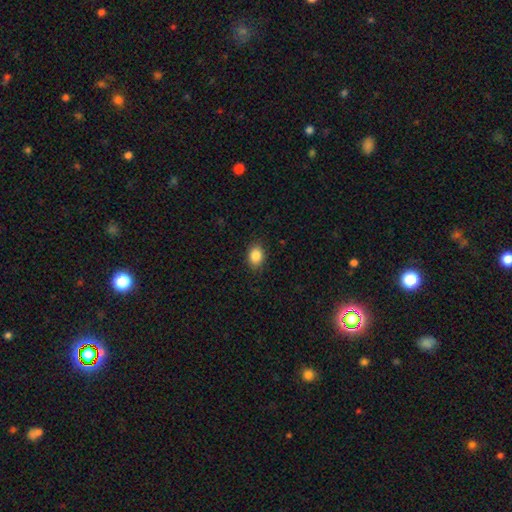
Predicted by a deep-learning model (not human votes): A smooth galaxy with no disk features (87%) that is in between round and cigar-shaped (67%). Merging: none (87%).